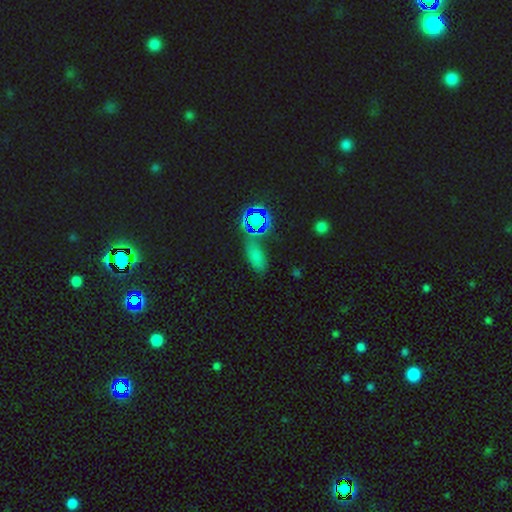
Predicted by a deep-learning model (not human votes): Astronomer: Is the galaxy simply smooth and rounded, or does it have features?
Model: smooth — 60%.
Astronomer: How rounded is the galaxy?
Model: in between — 82%.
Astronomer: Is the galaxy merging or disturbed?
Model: none — 67%.